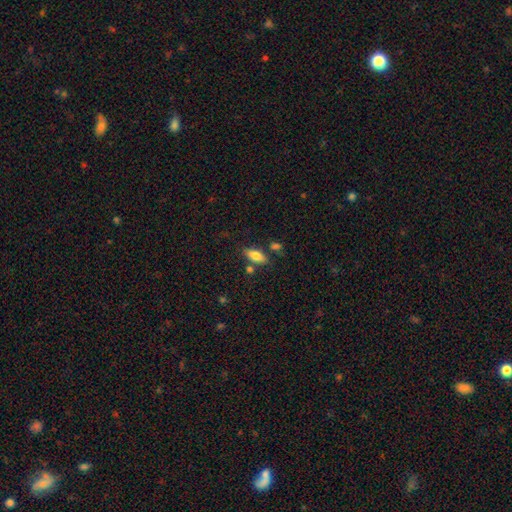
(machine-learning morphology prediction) Q: Smooth or featured?
A: smooth (80%); runner-up: featured or disk (13%)
Q: How rounded?
A: in between (81%); runner-up: cigar-shaped (17%)
Q: Merging?
A: none (74%); runner-up: minor disturbance (14%)